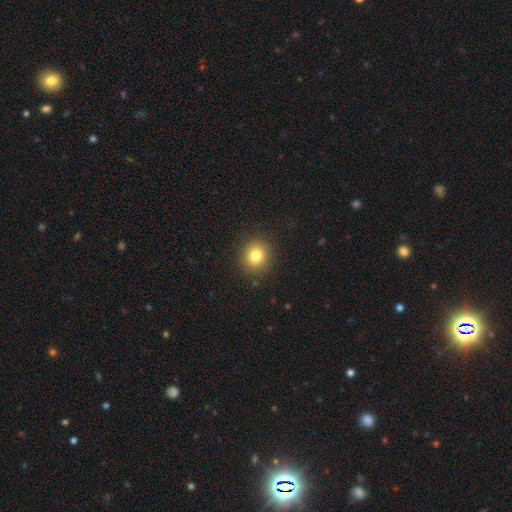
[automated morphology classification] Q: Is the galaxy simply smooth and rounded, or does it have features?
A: smooth — 80%.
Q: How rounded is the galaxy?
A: round — 87%.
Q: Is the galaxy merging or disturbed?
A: none — 90%.